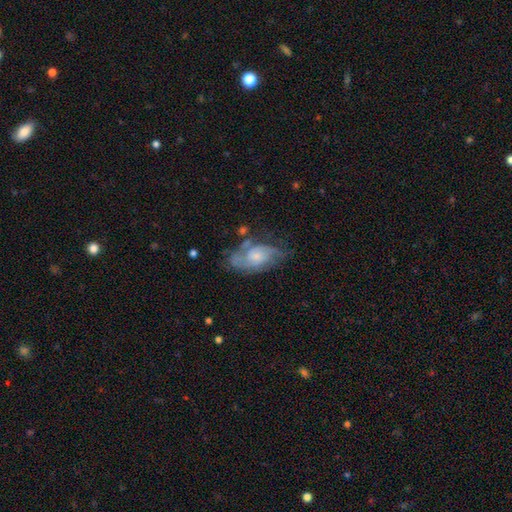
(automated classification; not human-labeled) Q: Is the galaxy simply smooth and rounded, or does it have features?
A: featured or disk — 68%.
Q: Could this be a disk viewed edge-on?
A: no — 94%.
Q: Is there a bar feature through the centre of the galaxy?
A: no — 72%.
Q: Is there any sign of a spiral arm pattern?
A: yes — 85%.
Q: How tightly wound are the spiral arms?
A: medium — 42%.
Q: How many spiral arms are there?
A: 2 — 46%.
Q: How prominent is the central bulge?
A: small — 48%.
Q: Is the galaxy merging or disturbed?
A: none — 56%.